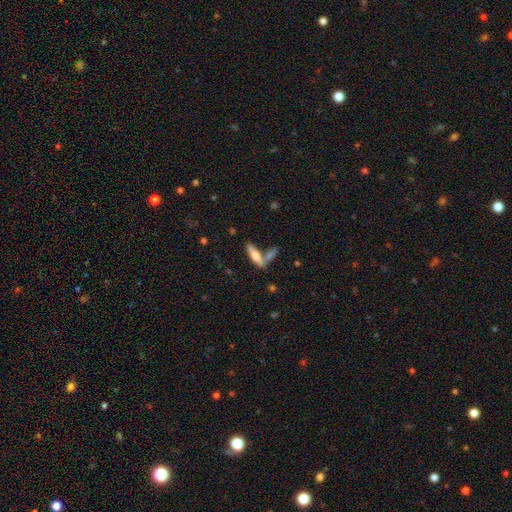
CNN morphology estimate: This is likely a smooth galaxy (61%). How rounded: likely cigar-shaped (66%). Merging: possibly none (56%).